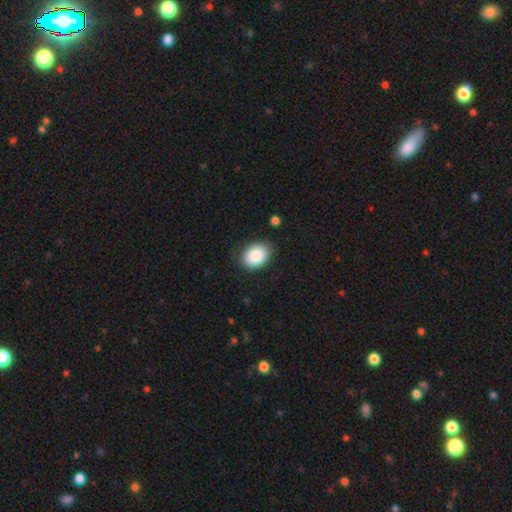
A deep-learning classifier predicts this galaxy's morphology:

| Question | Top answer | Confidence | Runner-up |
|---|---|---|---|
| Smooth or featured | smooth | 86% | star or artifact (7%) |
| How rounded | in between | 73% | round (26%) |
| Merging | none | 85% | minor disturbance (11%) |